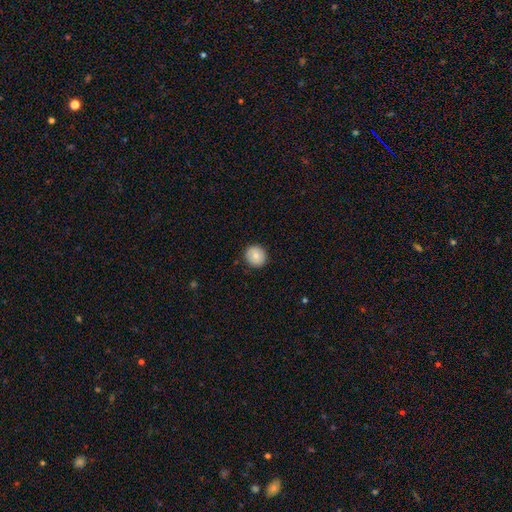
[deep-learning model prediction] Smooth or featured?
  - smooth: 78% *
  - featured or disk: 15%
  - star or artifact: 8%
How rounded?
  - round: 90% *
  - in between: 9%
  - cigar-shaped: 1%
Merging?
  - none: 89% *
  - minor disturbance: 8%
  - major disturbance: 2%
  - merger: 1%